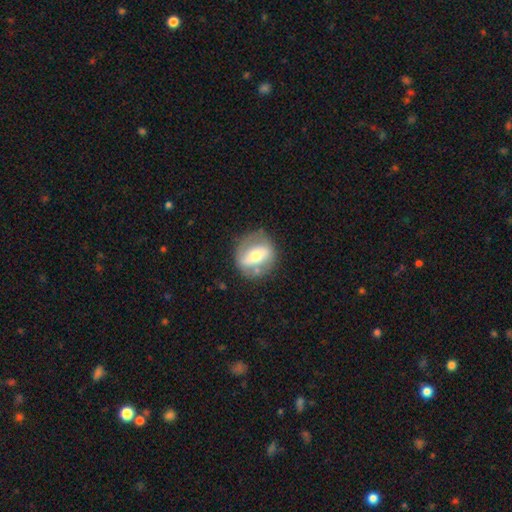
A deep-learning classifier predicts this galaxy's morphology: Smooth or featured?
  - featured or disk: 58% *
  - smooth: 36%
  - star or artifact: 6%
Edge-on disk?
  - no: 89% *
  - yes: 11%
Bar?
  - strong: 53% *
  - weak: 26%
  - no: 22%
Spiral arms?
  - no: 60% *
  - yes: 40%
Bulge size?
  - moderate: 65% *
  - small: 23%
  - large: 9%
  - dominant: 1%
  - none: 1%
Merging?
  - none: 76% *
  - minor disturbance: 15%
  - major disturbance: 6%
  - merger: 3%